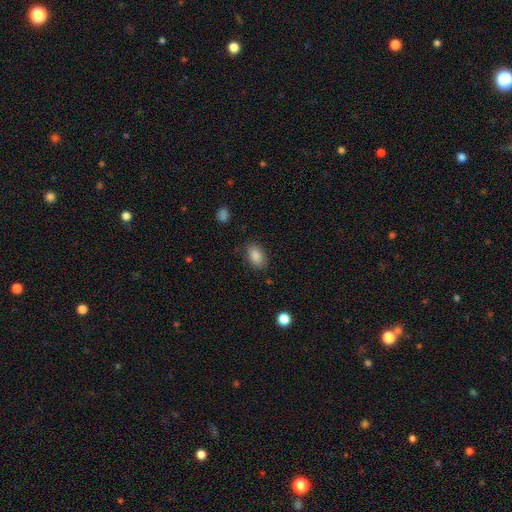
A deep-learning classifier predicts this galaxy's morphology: A smooth galaxy with no disk features (87%) that is in between round and cigar-shaped (89%). Merging: none (83%).